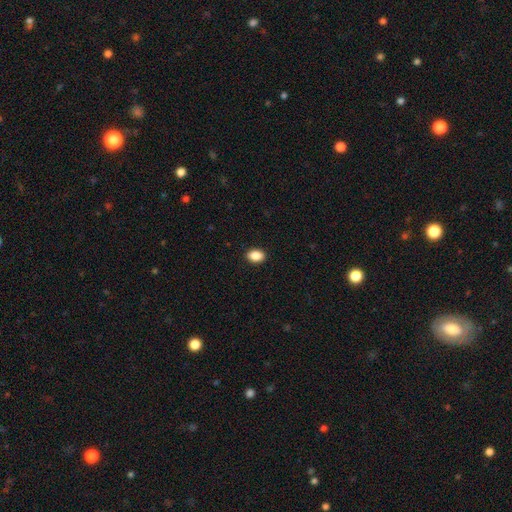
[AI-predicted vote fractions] Smooth or featured? Predicted: smooth (p=0.89). How rounded? Predicted: in between (p=0.81). Merging? Predicted: none (p=0.90).